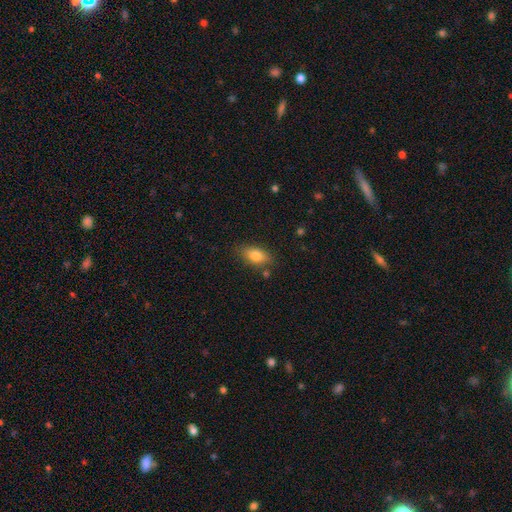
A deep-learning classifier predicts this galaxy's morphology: Smooth or featured: smooth — 81% (featured or disk — 11%)
How rounded: in between — 88% (round — 6%)
Merging: none — 79% (minor disturbance — 14%)